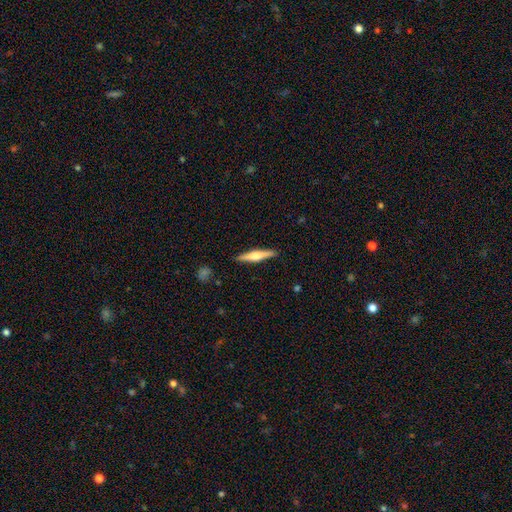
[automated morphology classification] Smooth or featured: featured or disk — 53% (smooth — 41%)
Edge-on disk: yes — 97% (no — 3%)
Edge-on bulge: rounded — 73% (boxy — 19%)
Merging: none — 90% (minor disturbance — 7%)